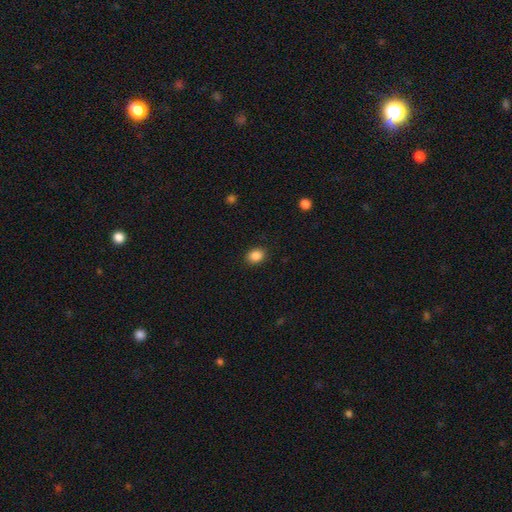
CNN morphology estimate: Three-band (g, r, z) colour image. It shows a smooth galaxy with no disk features (87%) that is in between round and cigar-shaped (53%). Merging: none (89%).